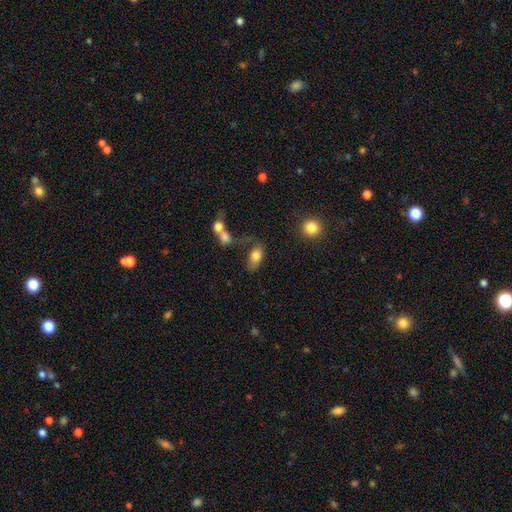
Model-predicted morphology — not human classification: smooth 78%, featured or disk 13%, star or artifact 9%. Down the decision tree: how rounded — in between (87%); merging — none (44%).